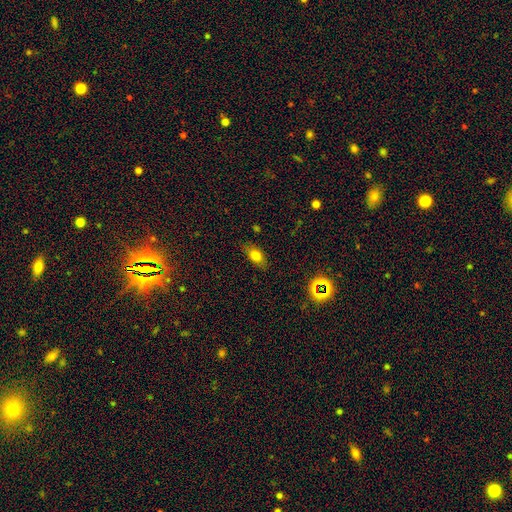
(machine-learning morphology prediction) smooth_or_featured: smooth (p=0.76) [alt: featured or disk p=0.12]
how_rounded: in between (p=0.82) [alt: round p=0.11]
merging: none (p=0.78) [alt: minor disturbance p=0.17]